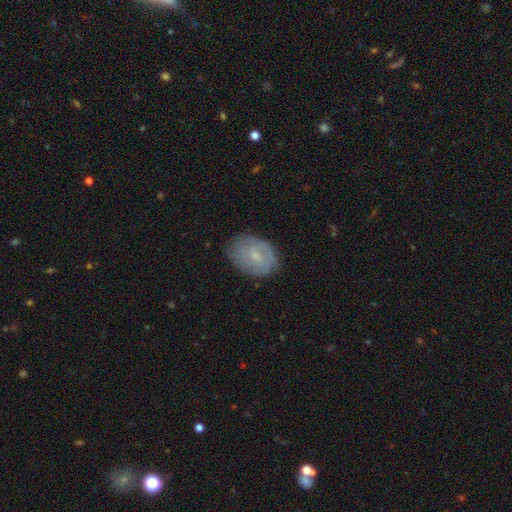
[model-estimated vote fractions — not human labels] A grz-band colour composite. It shows a smooth galaxy with no disk features (50%). Merging: none (73%).